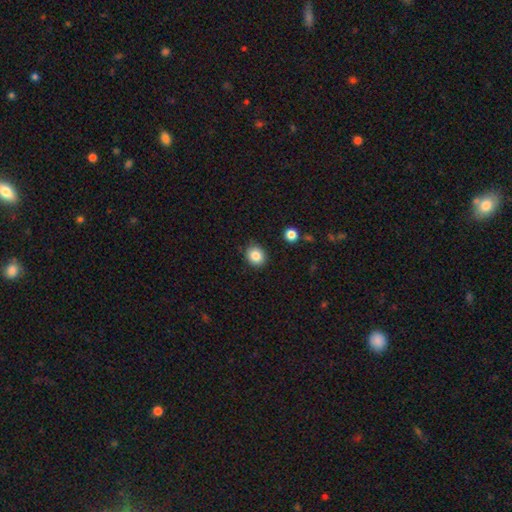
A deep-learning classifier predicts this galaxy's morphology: The model was most divided on "how rounded": round: 75%, in between: 25%, cigar-shaped: 1%. More confident: merging — none (86%); smooth or featured — smooth (85%).